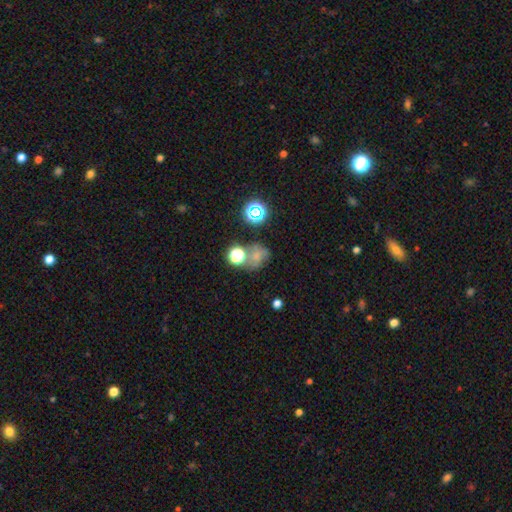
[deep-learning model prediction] This appears to be a smooth galaxy with no disk features (57%) that is round (66%). Merging: none (45%).